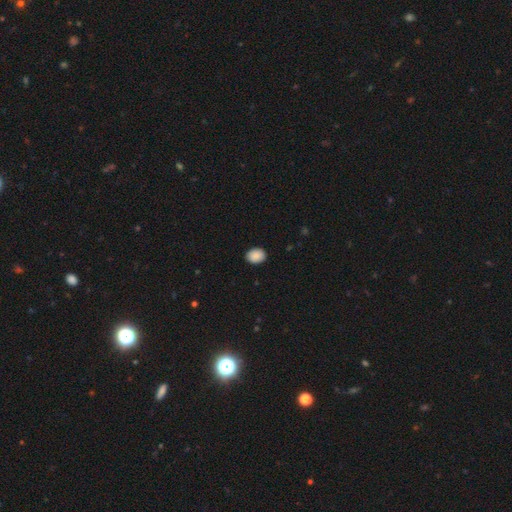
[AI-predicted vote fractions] Smooth or featured?
  - smooth: 90% *
  - star or artifact: 7%
  - featured or disk: 3%
How rounded?
  - in between: 60% *
  - round: 39%
  - cigar-shaped: 1%
Merging?
  - none: 90% *
  - minor disturbance: 8%
  - major disturbance: 2%
  - merger: 1%